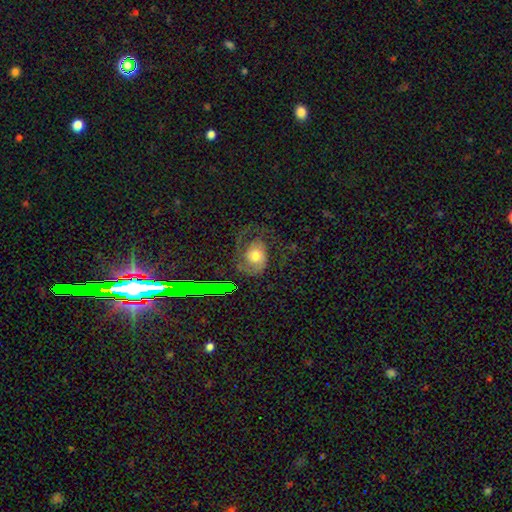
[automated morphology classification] This is likely a featured or disk galaxy (64%). It is clearly not viewed edge-on (96%). Bar: likely no (75%). Spiral arm pattern: clearly yes (90%). Spiral arm count: possibly 2 (55%). Spiral winding: marginally medium (44%). Central bulge: likely moderate (64%). Merging: possibly none (47%).